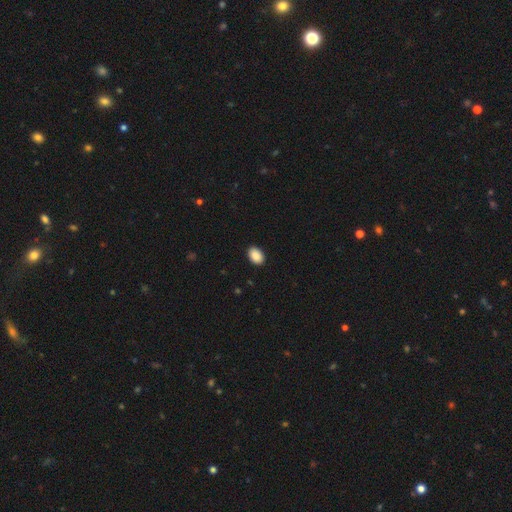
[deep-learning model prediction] Smooth or featured? Predicted: smooth (p=0.90). How rounded? Predicted: in between (p=0.83). Merging? Predicted: none (p=0.90).